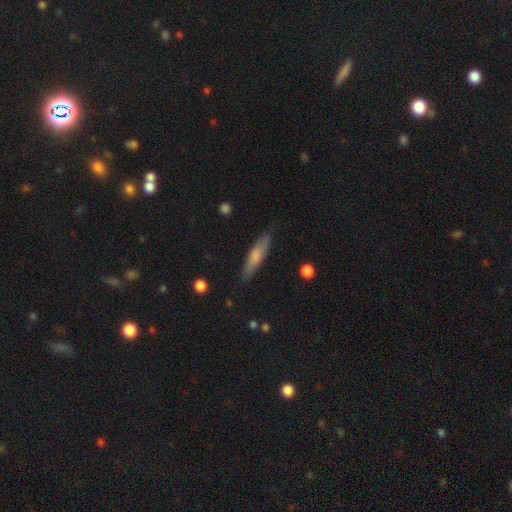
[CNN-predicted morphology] This is likely a smooth galaxy (65%). How rounded: likely cigar-shaped (75%). Merging: clearly none (83%).